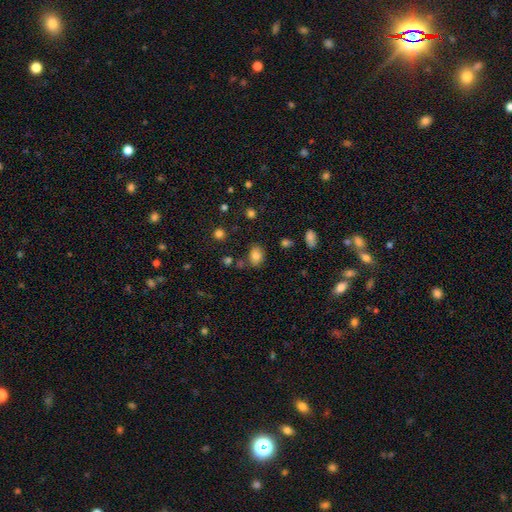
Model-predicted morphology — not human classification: Smooth or featured?
  - smooth: 82% *
  - star or artifact: 11%
  - featured or disk: 7%
How rounded?
  - in between: 76% *
  - round: 23%
  - cigar-shaped: 1%
Merging?
  - none: 74% *
  - minor disturbance: 16%
  - merger: 5%
  - major disturbance: 4%